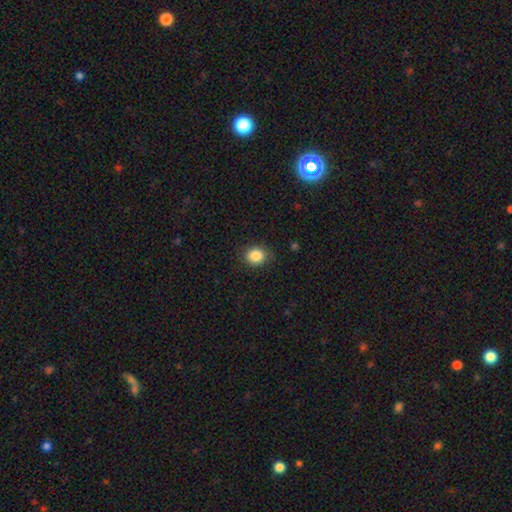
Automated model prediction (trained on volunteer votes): A smooth galaxy with no disk features (86%) that is round (66%).

Vote fractions:
- Smooth or featured? smooth: 86% / star or artifact: 10% / featured or disk: 4%
- How rounded? round: 66% / in between: 34% / cigar-shaped: 1%
- Merging? none: 86% / minor disturbance: 10% / major disturbance: 3% / merger: 1%